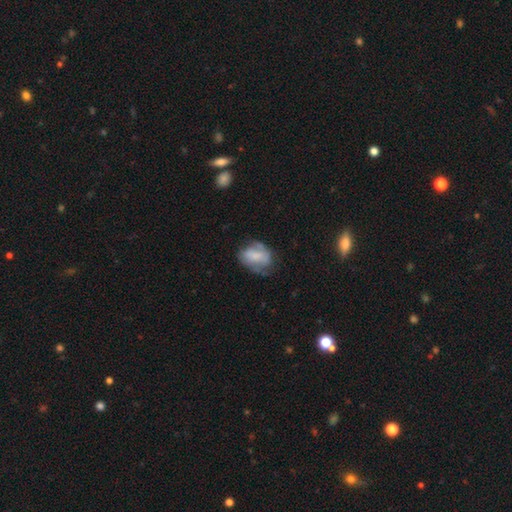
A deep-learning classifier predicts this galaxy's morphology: Smooth or featured? Predicted: smooth (p=0.52). How rounded? Predicted: in between (p=0.73). Merging? Predicted: none (p=0.45).